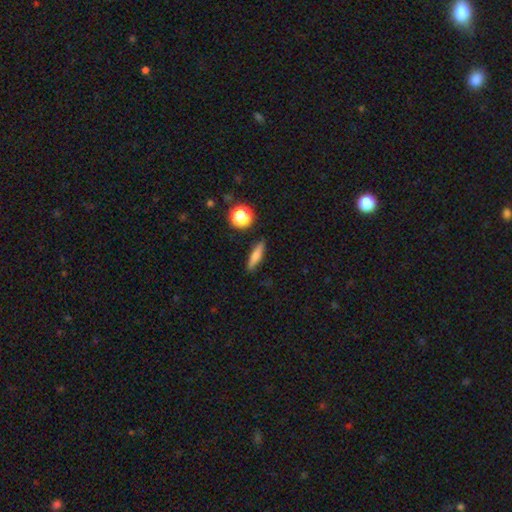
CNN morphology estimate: smooth 67%, featured or disk 24%, star or artifact 9%. Down the decision tree: how rounded — cigar-shaped (72%); merging — none (87%).